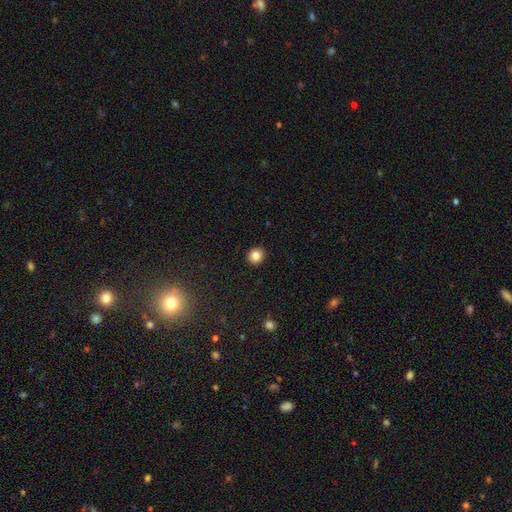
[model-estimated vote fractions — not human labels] Overall: smooth (82%). How rounded: round (85%). Merging: none (92%).